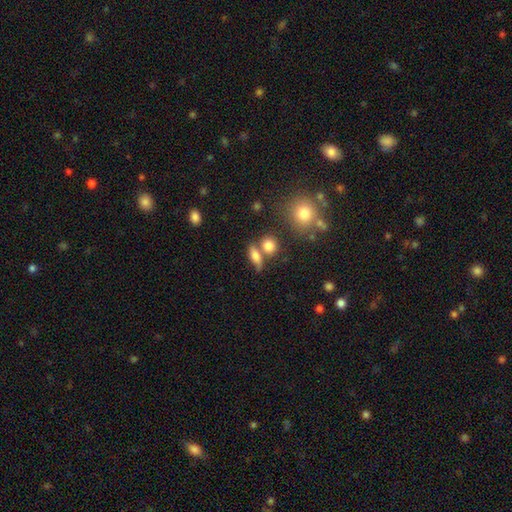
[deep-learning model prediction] A smooth galaxy with no disk features (70%) that is in between round and cigar-shaped (56%).

Vote fractions:
- Smooth or featured? smooth: 70% / featured or disk: 19% / star or artifact: 11%
- How rounded? in between: 56% / round: 23% / cigar-shaped: 21%
- Merging? none: 53% / merger: 26% / minor disturbance: 14% / major disturbance: 7%